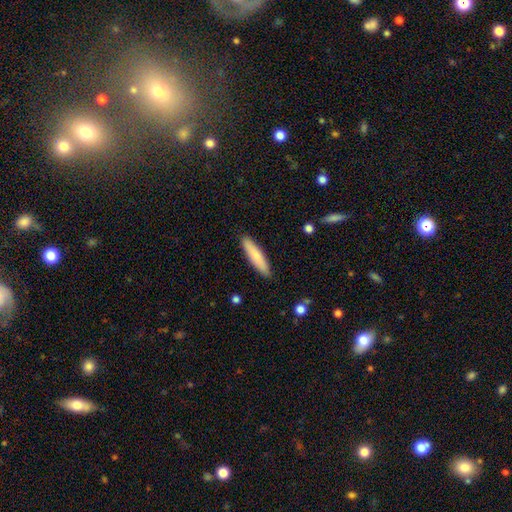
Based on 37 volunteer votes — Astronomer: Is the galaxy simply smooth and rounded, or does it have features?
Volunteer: smooth — 86%.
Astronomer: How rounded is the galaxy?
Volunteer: cigar-shaped — 88%.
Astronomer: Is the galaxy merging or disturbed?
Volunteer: none — 94%.